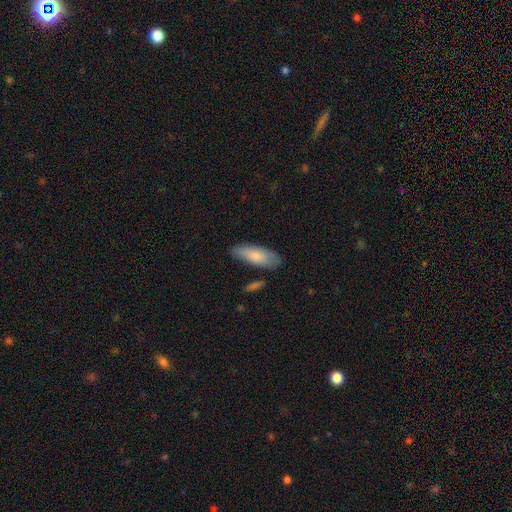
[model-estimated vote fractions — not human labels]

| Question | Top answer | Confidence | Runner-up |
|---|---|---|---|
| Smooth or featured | smooth | 79% | featured or disk (16%) |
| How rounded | in between | 69% | cigar-shaped (29%) |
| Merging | none | 75% | minor disturbance (18%) |